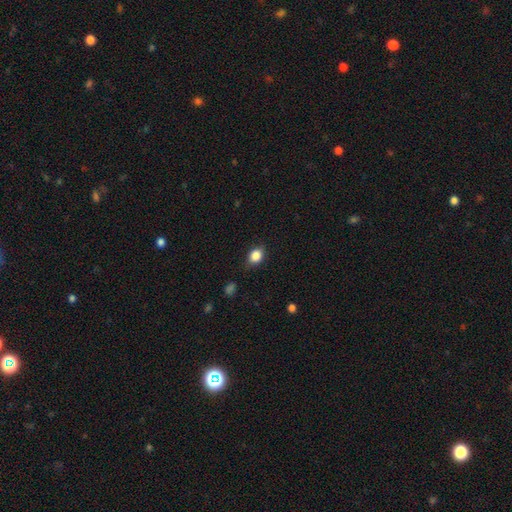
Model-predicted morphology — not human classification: smooth 84%, star or artifact 10%, featured or disk 6%. Down the decision tree: how rounded — in between (54%); merging — none (77%).